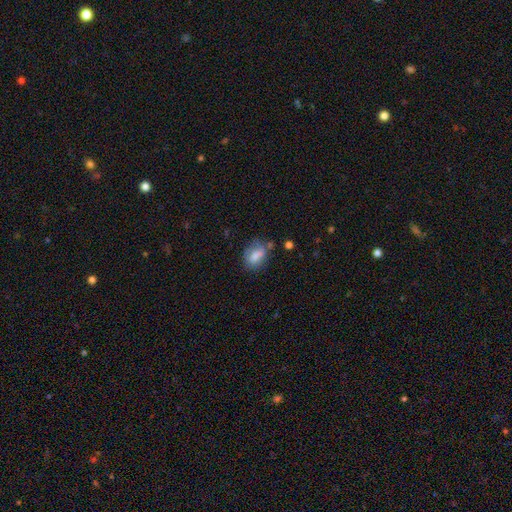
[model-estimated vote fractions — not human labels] Q: Smooth or featured?
A: smooth (74%); runner-up: featured or disk (17%)
Q: How rounded?
A: in between (76%); runner-up: round (21%)
Q: Merging?
A: none (52%); runner-up: minor disturbance (29%)